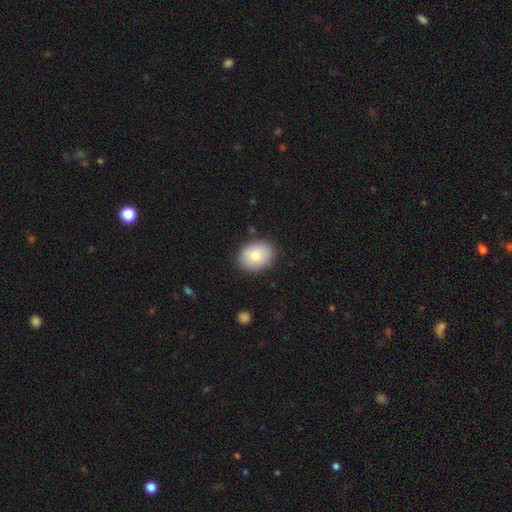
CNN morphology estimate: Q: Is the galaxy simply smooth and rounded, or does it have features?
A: smooth — 77%.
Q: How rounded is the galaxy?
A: in between — 63%.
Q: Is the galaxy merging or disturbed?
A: none — 85%.